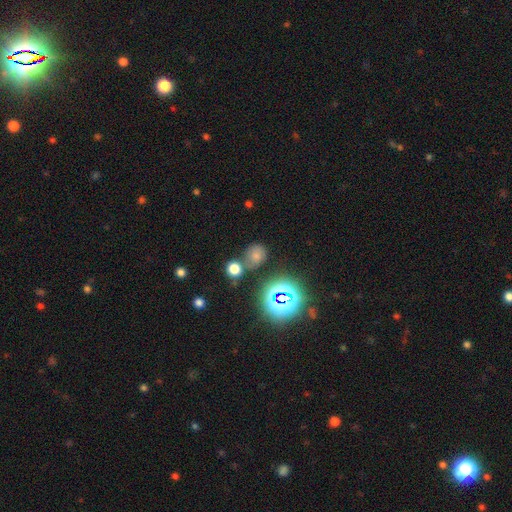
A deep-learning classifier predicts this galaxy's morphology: A smooth galaxy with no disk features (57%) that is round (63%).

Vote fractions:
- Smooth or featured? smooth: 57% / star or artifact: 32% / featured or disk: 10%
- How rounded? round: 63% / in between: 35% / cigar-shaped: 1%
- Merging? none: 60% / merger: 18% / minor disturbance: 15% / major disturbance: 7%